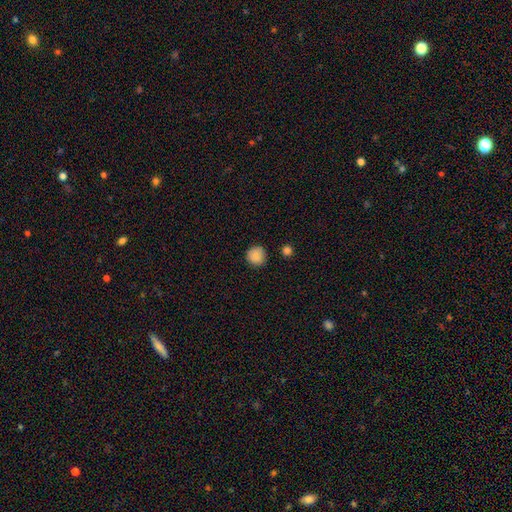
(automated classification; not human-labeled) smooth_or_featured: smooth (p=0.87) [alt: star or artifact p=0.09]
how_rounded: round (p=0.95) [alt: in between p=0.04]
merging: none (p=0.90) [alt: minor disturbance p=0.07]